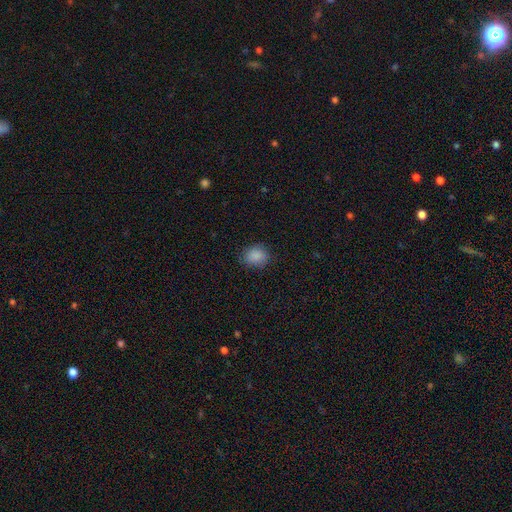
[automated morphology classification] Smooth or featured?
  - smooth: 87% *
  - star or artifact: 9%
  - featured or disk: 4%
How rounded?
  - round: 63% *
  - in between: 36%
  - cigar-shaped: 1%
Merging?
  - none: 81% *
  - minor disturbance: 14%
  - major disturbance: 4%
  - merger: 1%